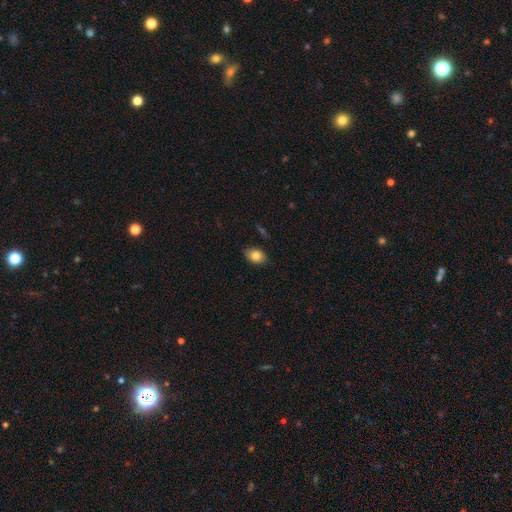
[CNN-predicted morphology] smooth-or-featured: smooth: 83% | featured or disk: 9% | star or artifact: 8%
  how-rounded: in between: 76% | round: 22% | cigar-shaped: 1%
  merging: none: 82% | minor disturbance: 14% | major disturbance: 3% | merger: 1%